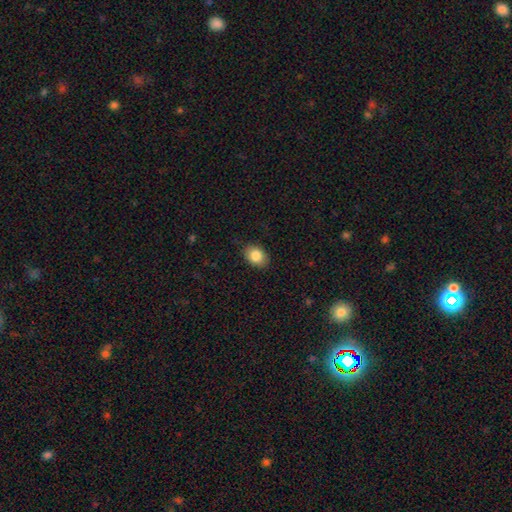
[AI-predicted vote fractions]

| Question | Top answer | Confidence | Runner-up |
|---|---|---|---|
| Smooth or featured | smooth | 85% | star or artifact (8%) |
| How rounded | in between | 75% | round (24%) |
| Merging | none | 85% | minor disturbance (12%) |